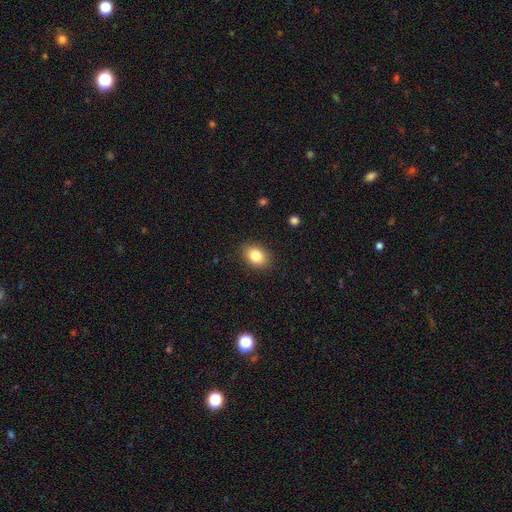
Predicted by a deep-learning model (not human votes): Morphology: type=smooth (84%); roundness=in between (73%); merging=none (88%).